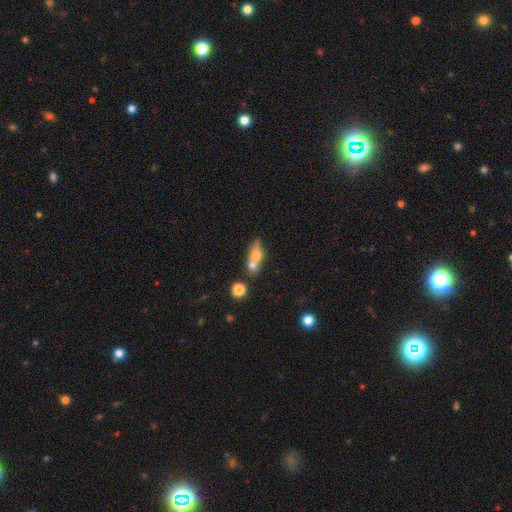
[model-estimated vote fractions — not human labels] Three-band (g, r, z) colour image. It shows a smooth galaxy with no disk features (64%) that is in between round and cigar-shaped (58%). Merging: merger (51%).